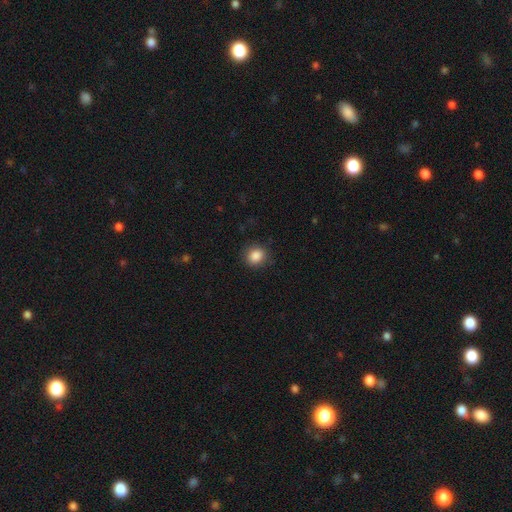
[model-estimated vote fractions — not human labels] Smooth or featured: smooth — 87% (star or artifact — 10%)
How rounded: round — 77% (in between — 22%)
Merging: none — 85% (minor disturbance — 10%)